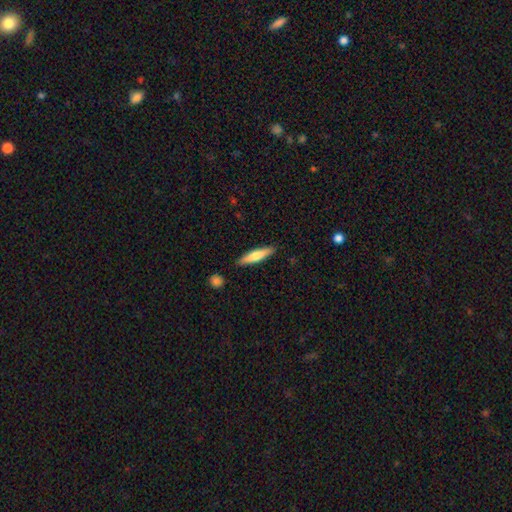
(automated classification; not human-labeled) smooth 61%, featured or disk 33%, star or artifact 5%. Down the decision tree: how rounded — cigar-shaped (83%); merging — none (88%).